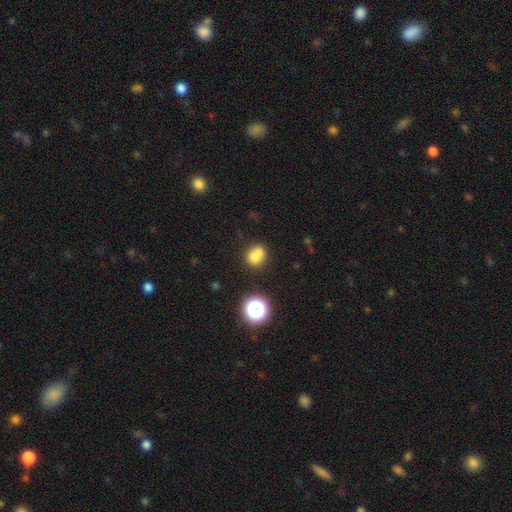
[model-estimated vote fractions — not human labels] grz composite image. It shows a smooth galaxy with no disk features (73%) that is round (73%). Merging: none (46%).